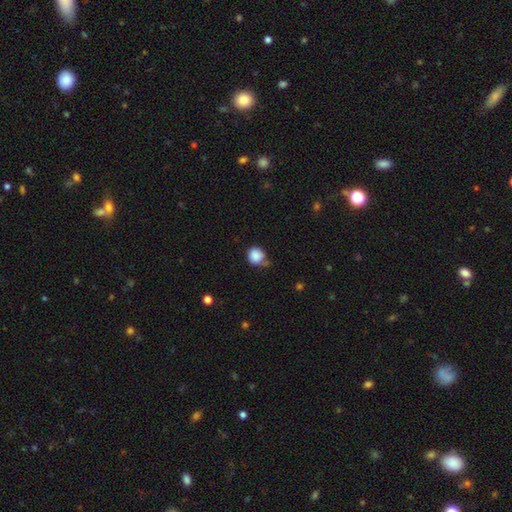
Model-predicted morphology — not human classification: Smooth or featured: smooth — 87% (star or artifact — 9%)
How rounded: round — 85% (in between — 14%)
Merging: none — 53% (minor disturbance — 32%)